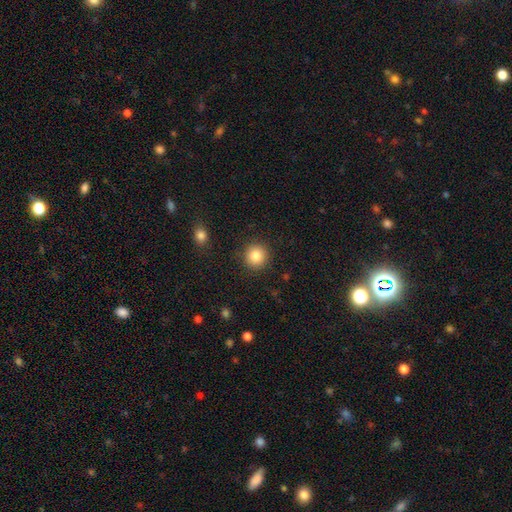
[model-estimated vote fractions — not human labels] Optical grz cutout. It shows a smooth galaxy with no disk features (85%) that is round (91%). Merging: none (90%).